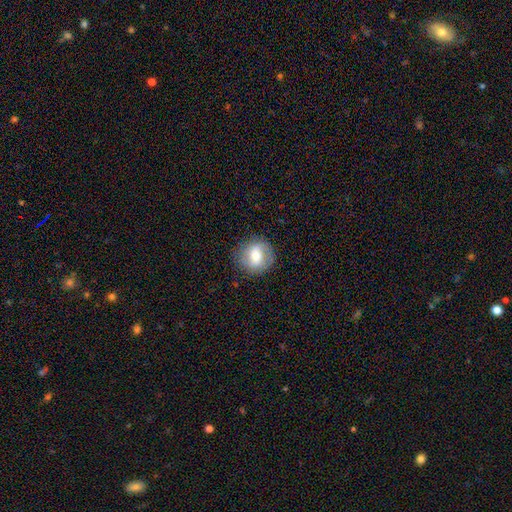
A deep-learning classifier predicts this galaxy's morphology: A smooth galaxy with no disk features (52%) that is round (87%).

Vote fractions:
- Smooth or featured? smooth: 52% / featured or disk: 39% / star or artifact: 8%
- How rounded? round: 87% / in between: 12% / cigar-shaped: 1%
- Merging? none: 83% / minor disturbance: 12% / major disturbance: 4% / merger: 1%